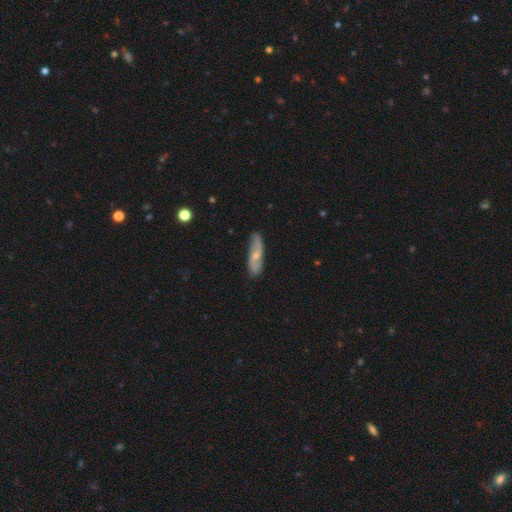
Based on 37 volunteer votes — Smooth or featured? 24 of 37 (65%) said featured or disk. Edge-on disk? 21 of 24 (88%) said no. Bar? 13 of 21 (62%) said weak. Spiral arms? 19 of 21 (90%) said yes. Spiral winding? 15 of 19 (79%) said loose. Spiral arm count? 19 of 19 (100%) said 2. Bulge size? 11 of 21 (52%) said moderate. Merging? 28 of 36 (78%) said none.